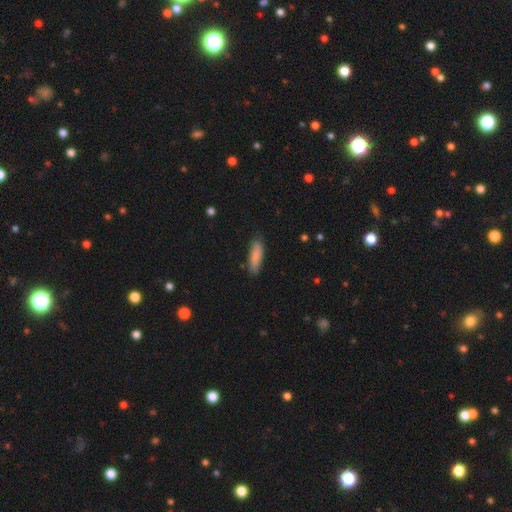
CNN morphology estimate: smooth 85%, featured or disk 9%, star or artifact 6%. Down the decision tree: how rounded — cigar-shaped (50%); merging — none (79%).